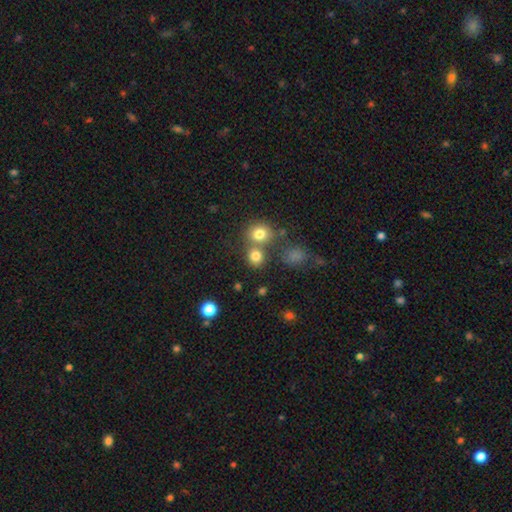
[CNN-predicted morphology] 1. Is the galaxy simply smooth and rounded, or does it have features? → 79% smooth, 14% star or artifact, 7% featured or disk.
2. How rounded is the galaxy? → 81% round, 18% in between, 1% cigar-shaped.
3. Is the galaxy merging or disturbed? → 58% none, 30% merger, 8% minor disturbance, 4% major disturbance.